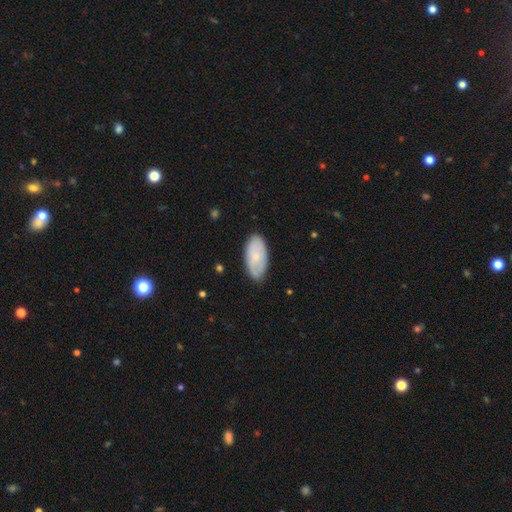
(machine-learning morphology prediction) A smooth galaxy with no disk features (67%) that is in between round and cigar-shaped (94%). Merging: none (80%).